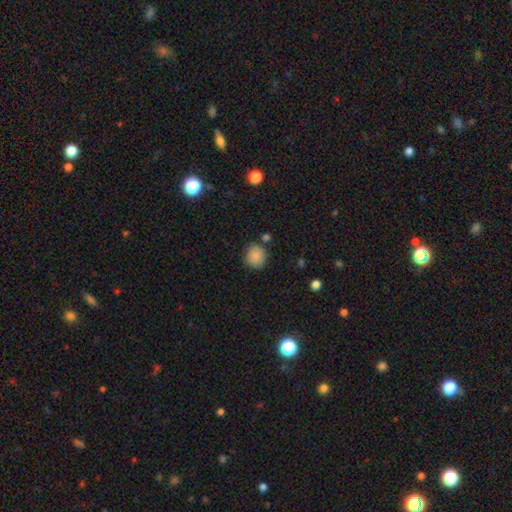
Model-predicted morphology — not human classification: smooth-or-featured: smooth: 87% | star or artifact: 9% | featured or disk: 4%
  how-rounded: round: 85% | in between: 14% | cigar-shaped: 1%
  merging: none: 80% | minor disturbance: 11% | merger: 6% | major disturbance: 3%